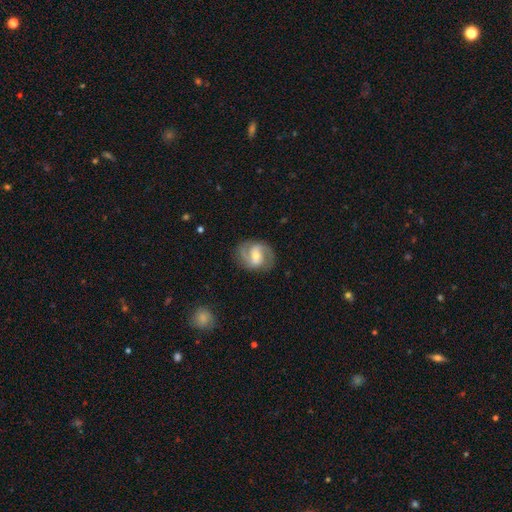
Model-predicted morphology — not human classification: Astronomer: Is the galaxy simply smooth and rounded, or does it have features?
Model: featured or disk — 83%.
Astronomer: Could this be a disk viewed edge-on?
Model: no — 98%.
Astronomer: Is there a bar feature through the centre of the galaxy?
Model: weak — 48% (runner-up: strong, 27%).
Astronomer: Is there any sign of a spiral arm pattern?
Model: yes — 95%.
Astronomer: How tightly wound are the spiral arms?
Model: medium — 55%.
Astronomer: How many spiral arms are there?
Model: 2 — 87%.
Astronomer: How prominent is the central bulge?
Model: moderate — 54% (runner-up: small, 39%).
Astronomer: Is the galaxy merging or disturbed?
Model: none — 80%.